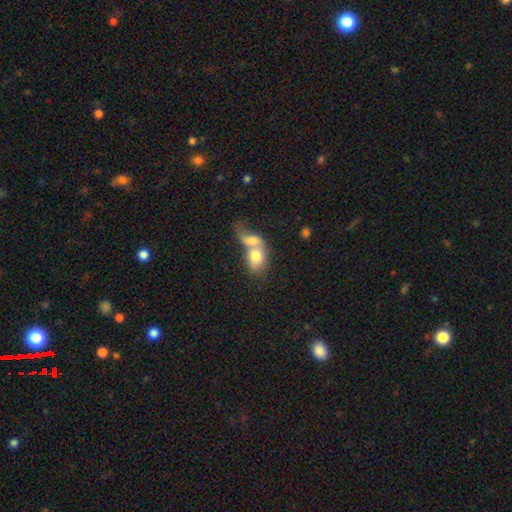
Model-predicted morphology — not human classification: Q: Smooth or featured?
A: smooth (72%); runner-up: featured or disk (21%)
Q: How rounded?
A: in between (69%); runner-up: round (28%)
Q: Merging?
A: merger (80%); runner-up: none (10%)